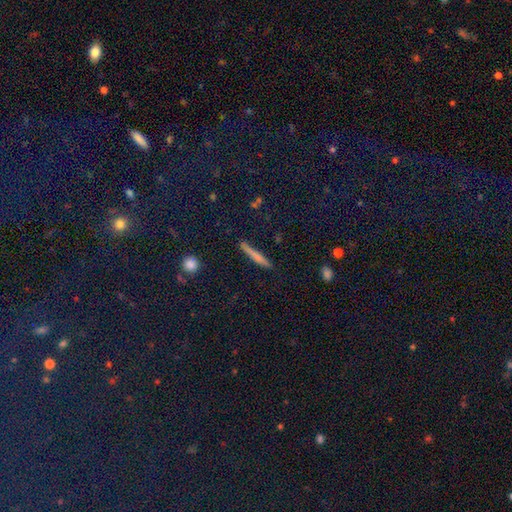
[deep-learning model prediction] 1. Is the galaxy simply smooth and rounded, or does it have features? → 63% smooth, 28% featured or disk, 9% star or artifact.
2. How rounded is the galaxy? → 94% cigar-shaped, 4% in between, 2% round.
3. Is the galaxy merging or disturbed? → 85% none, 11% minor disturbance, 2% major disturbance, 2% merger.